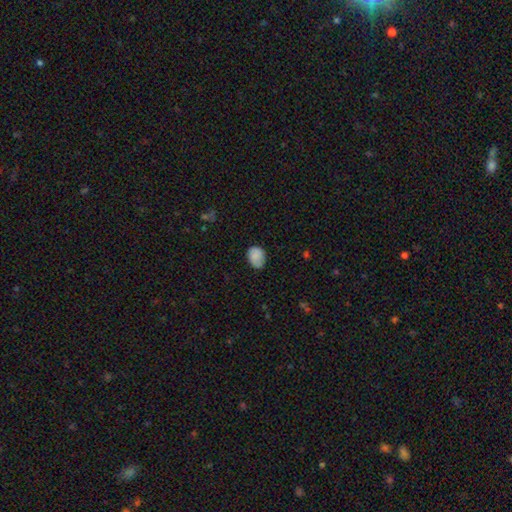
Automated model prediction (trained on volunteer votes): This appears to be a smooth galaxy with no disk features (84%) that is in between round and cigar-shaped (63%). Merging: none (67%).